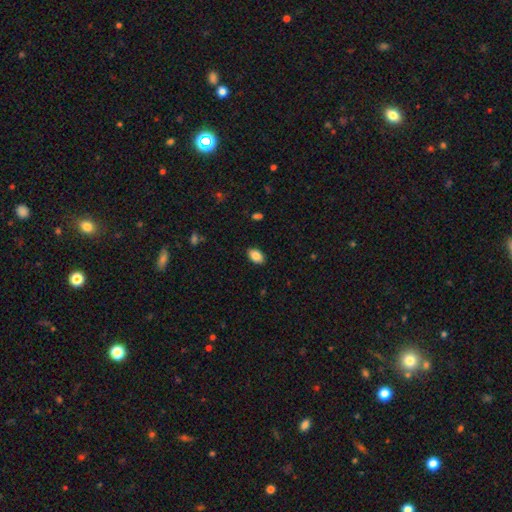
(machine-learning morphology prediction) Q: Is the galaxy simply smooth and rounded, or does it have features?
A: smooth — 87%.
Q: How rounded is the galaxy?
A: in between — 90%.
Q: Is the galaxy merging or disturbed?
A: none — 89%.